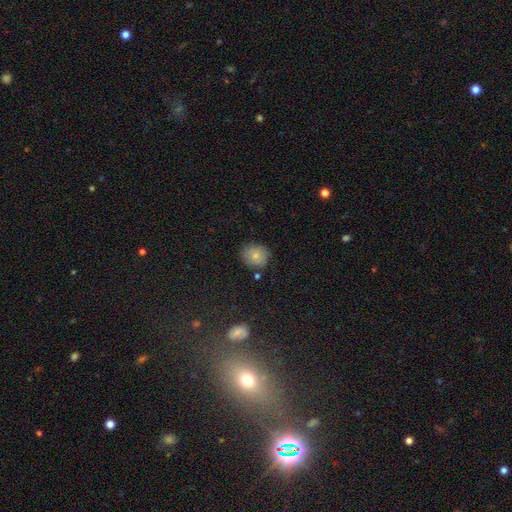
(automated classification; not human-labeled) Morphology: type=smooth (77%); roundness=round (74%); merging=none (78%).